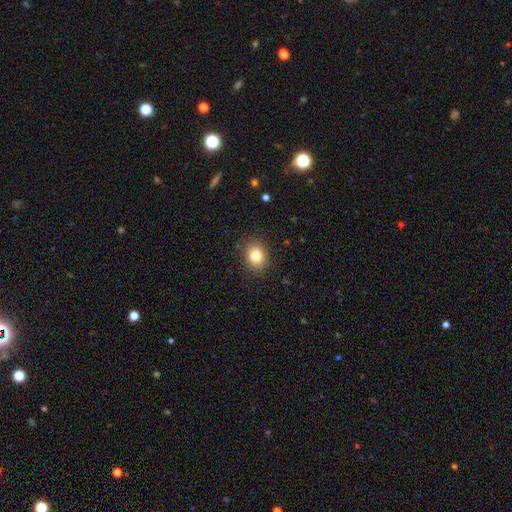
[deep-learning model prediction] Q: Smooth or featured?
A: smooth (82%); runner-up: star or artifact (11%)
Q: How rounded?
A: round (64%); runner-up: in between (35%)
Q: Merging?
A: none (88%); runner-up: minor disturbance (9%)